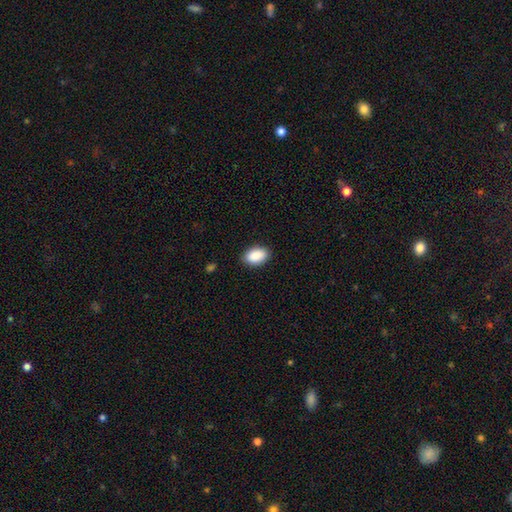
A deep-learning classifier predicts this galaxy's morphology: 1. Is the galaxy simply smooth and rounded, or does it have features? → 90% smooth, 7% star or artifact, 3% featured or disk.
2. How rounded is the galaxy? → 92% in between, 6% round, 1% cigar-shaped.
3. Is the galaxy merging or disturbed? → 88% none, 9% minor disturbance, 2% major disturbance, 1% merger.